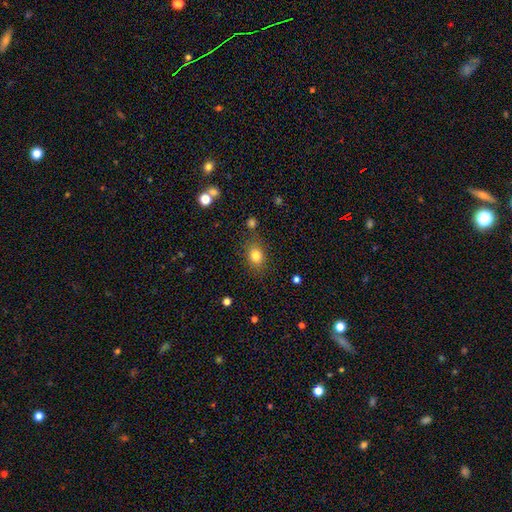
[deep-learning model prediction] Morphology: type=smooth (81%); roundness=in between (58%); merging=none (78%).